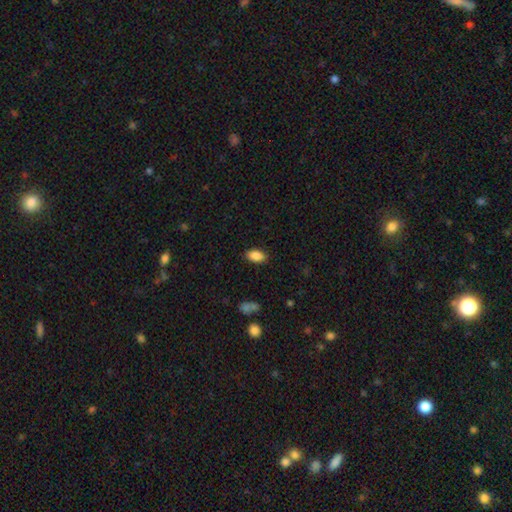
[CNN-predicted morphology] Smooth or featured? Predicted: smooth (p=0.88). How rounded? Predicted: in between (p=0.91). Merging? Predicted: none (p=0.86).